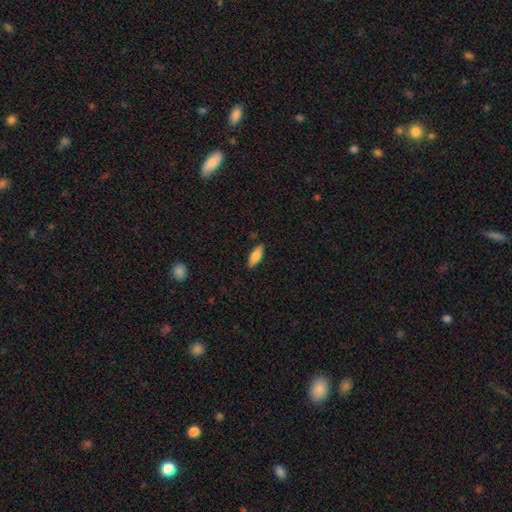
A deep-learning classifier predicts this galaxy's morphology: The model was most divided on "how rounded": in between: 64%, cigar-shaped: 34%, round: 2%. More confident: merging — none (87%); smooth or featured — smooth (81%).